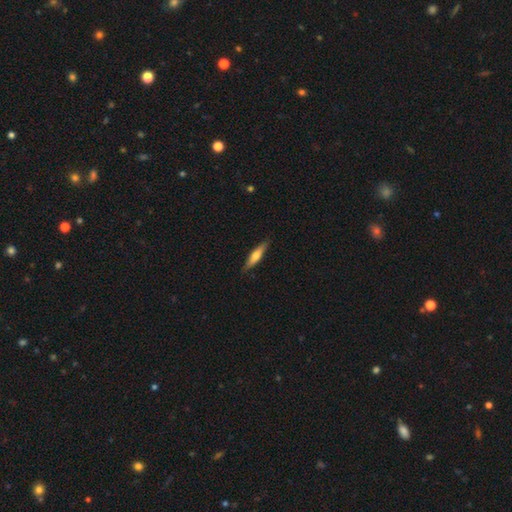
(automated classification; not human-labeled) Overall: smooth (56%; featured or disk 38%). How rounded: cigar-shaped (82%). Merging: none (86%).